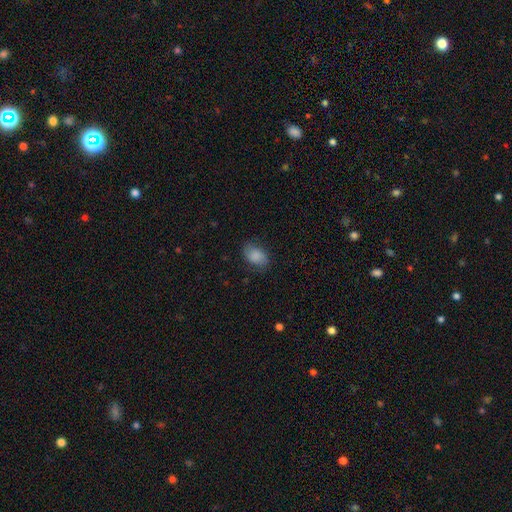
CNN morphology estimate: A smooth galaxy with no disk features (80%) that is in between round and cigar-shaped (81%).

Vote fractions:
- Smooth or featured? smooth: 80% / featured or disk: 12% / star or artifact: 8%
- How rounded? in between: 81% / round: 18% / cigar-shaped: 1%
- Merging? none: 73% / minor disturbance: 20% / major disturbance: 6% / merger: 1%